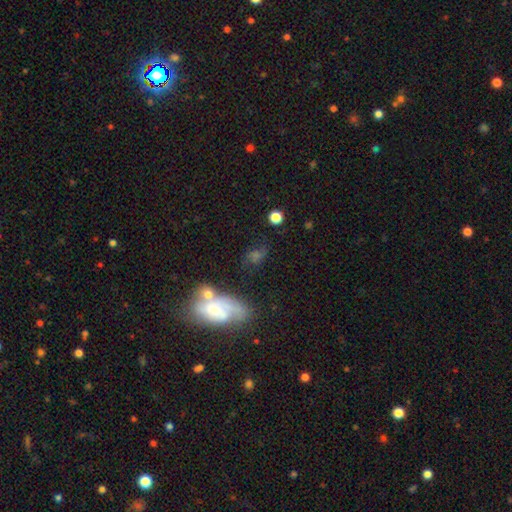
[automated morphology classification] A smooth galaxy with no disk features (47%).

Vote fractions:
- Smooth or featured? smooth: 47% / featured or disk: 34% / star or artifact: 19%
- Merging? none: 49% / minor disturbance: 20% / merger: 17% / major disturbance: 14%